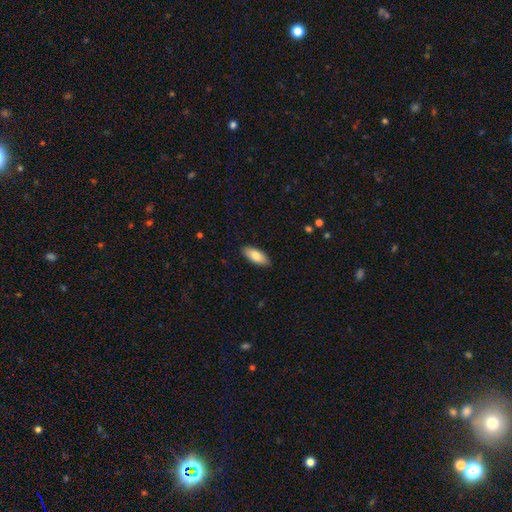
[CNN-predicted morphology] Smooth or featured?
  - smooth: 80% *
  - featured or disk: 14%
  - star or artifact: 6%
How rounded?
  - in between: 82% *
  - cigar-shaped: 16%
  - round: 2%
Merging?
  - none: 88% *
  - minor disturbance: 9%
  - major disturbance: 2%
  - merger: 1%